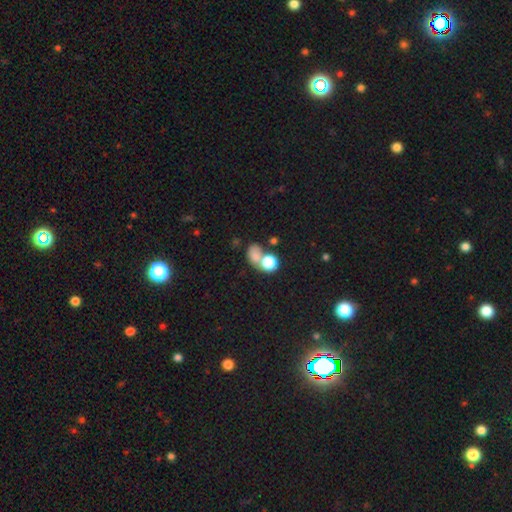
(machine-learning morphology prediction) smooth 74%, star or artifact 15%, featured or disk 11%. Down the decision tree: how rounded — round (52%); merging — merger (48%).